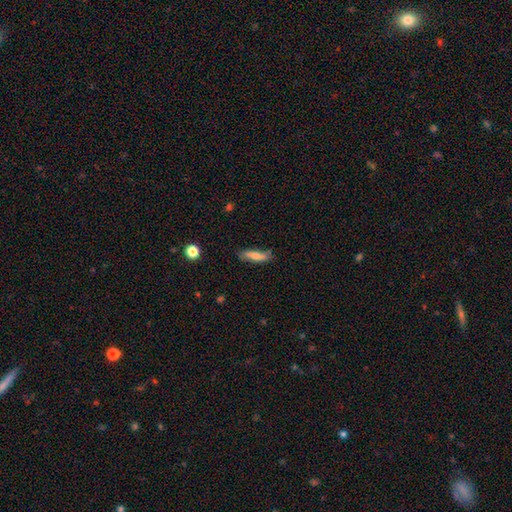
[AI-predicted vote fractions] Overall: smooth (68%). How rounded: cigar-shaped (71%). Merging: none (79%).